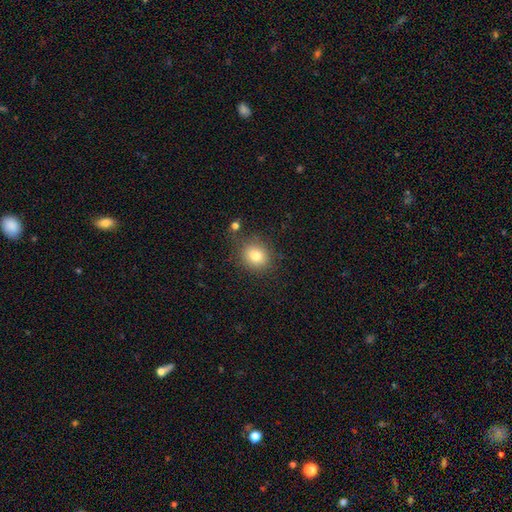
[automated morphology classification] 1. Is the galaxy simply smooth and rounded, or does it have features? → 80% smooth, 11% star or artifact, 9% featured or disk.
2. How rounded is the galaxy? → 74% round, 25% in between, 1% cigar-shaped.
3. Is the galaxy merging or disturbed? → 80% none, 12% minor disturbance, 4% major disturbance, 4% merger.